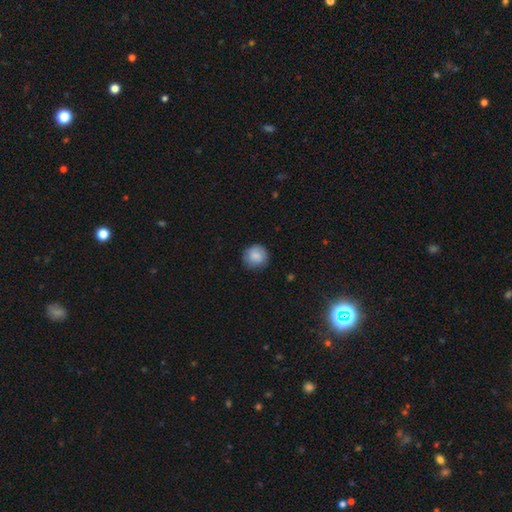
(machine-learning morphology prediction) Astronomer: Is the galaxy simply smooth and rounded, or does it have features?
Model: smooth — 86%.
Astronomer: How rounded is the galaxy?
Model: round — 92%.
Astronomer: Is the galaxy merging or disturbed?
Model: none — 83%.